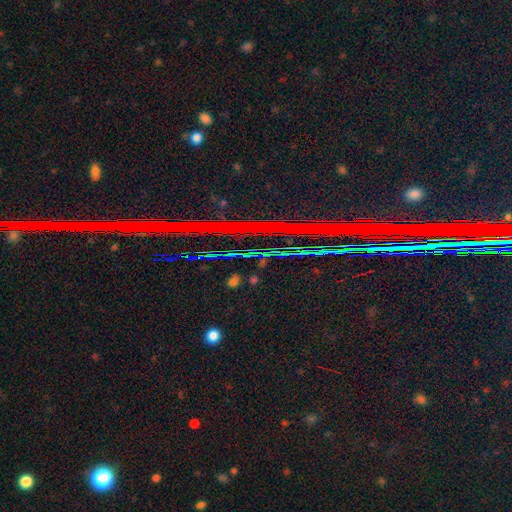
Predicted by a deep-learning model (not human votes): star or artifact 80%, smooth 10%, featured or disk 10%.